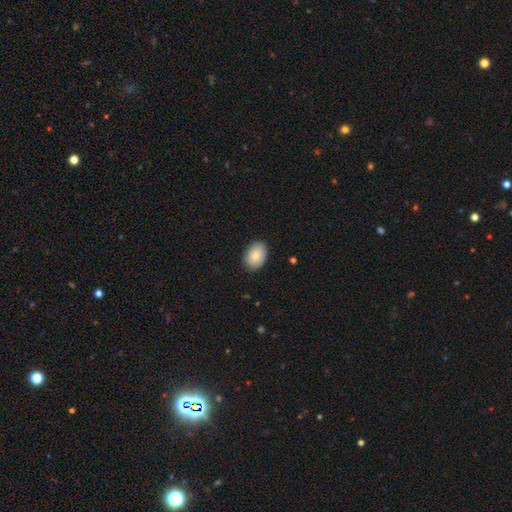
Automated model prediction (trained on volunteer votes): Smooth or featured: smooth — 85% (featured or disk — 9%)
How rounded: in between — 86% (round — 13%)
Merging: none — 87% (minor disturbance — 10%)